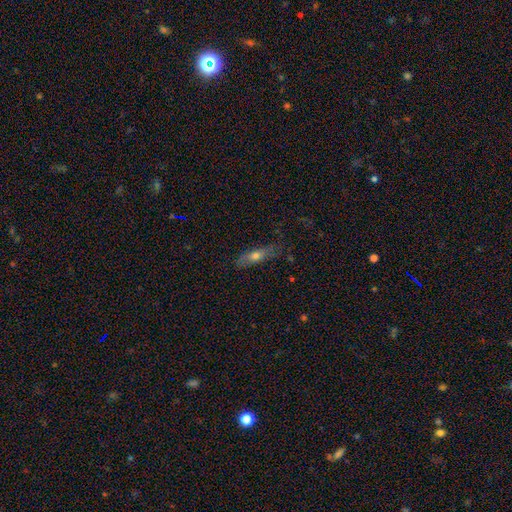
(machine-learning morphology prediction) Smooth or featured? smooth (56%)
How rounded? cigar-shaped (58%)
Merging? none (69%)